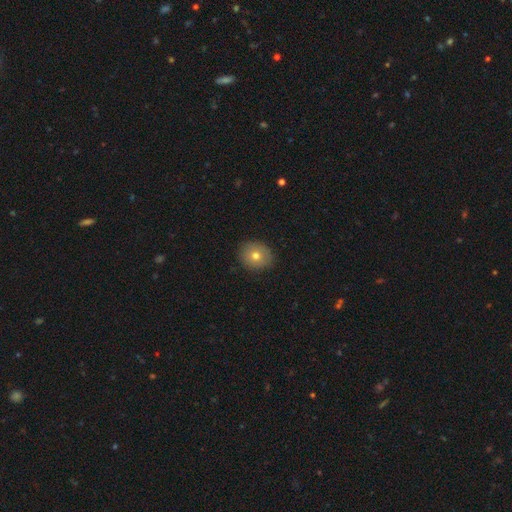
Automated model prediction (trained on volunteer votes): This appears to be a smooth galaxy with no disk features (73%) that is round (74%). Merging: none (87%).